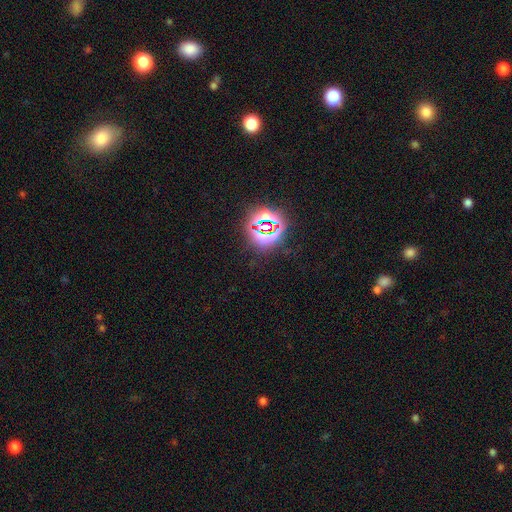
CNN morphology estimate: type=star or artifact (78%).